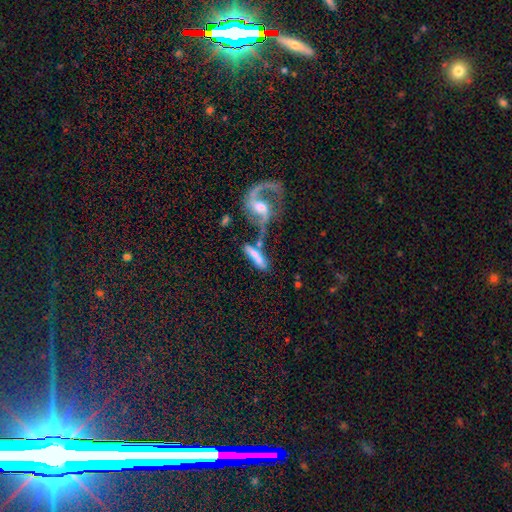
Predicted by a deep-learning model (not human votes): smooth_or_featured: featured or disk (p=0.46) [alt: smooth p=0.45]
merging: merger (p=0.39) [alt: none p=0.32]